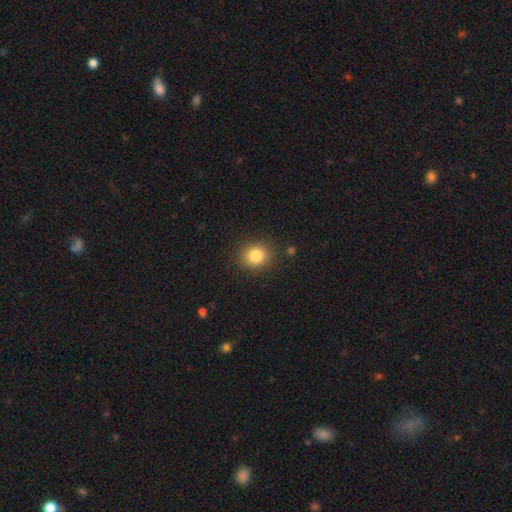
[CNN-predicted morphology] A smooth galaxy with no disk features (83%) that is round (77%).

Vote fractions:
- Smooth or featured? smooth: 83% / star or artifact: 11% / featured or disk: 6%
- How rounded? round: 77% / in between: 22% / cigar-shaped: 1%
- Merging? none: 88% / minor disturbance: 8% / major disturbance: 3% / merger: 2%